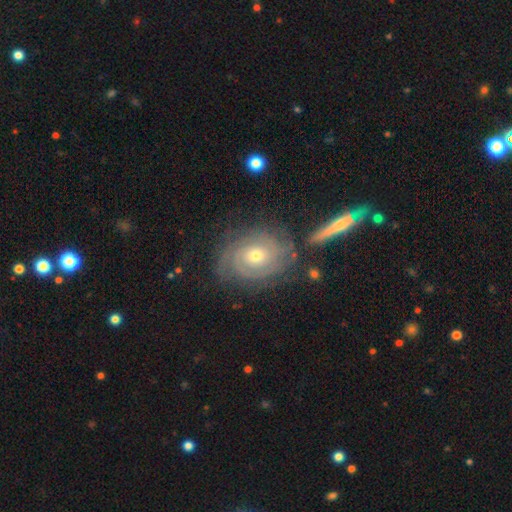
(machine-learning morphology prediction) The model was most divided on "spiral arm count": can't tell: 32%, 2: 31%, 3: 19%, 4: 8%, 1: 5%, more than 4: 5%. More confident: spiral arms — yes (95%); edge-on disk — no (95%); smooth or featured — featured or disk (84%); spiral winding — tight (79%); bar — no (74%); merging — none (74%); bulge size — moderate (60%).